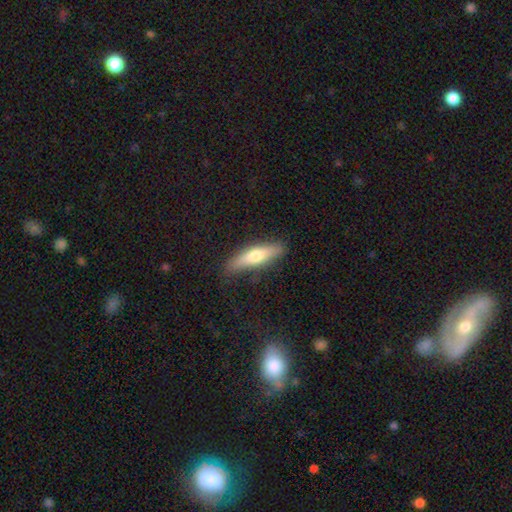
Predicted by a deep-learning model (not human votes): Overall: smooth (62%; featured or disk 32%). How rounded: cigar-shaped (70%). Merging: none (84%).